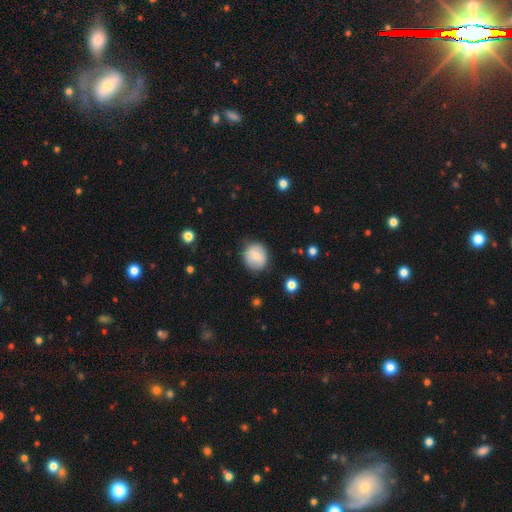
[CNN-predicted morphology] Smooth or featured: smooth — 72% (featured or disk — 20%)
How rounded: round — 85% (in between — 14%)
Merging: none — 82% (minor disturbance — 14%)